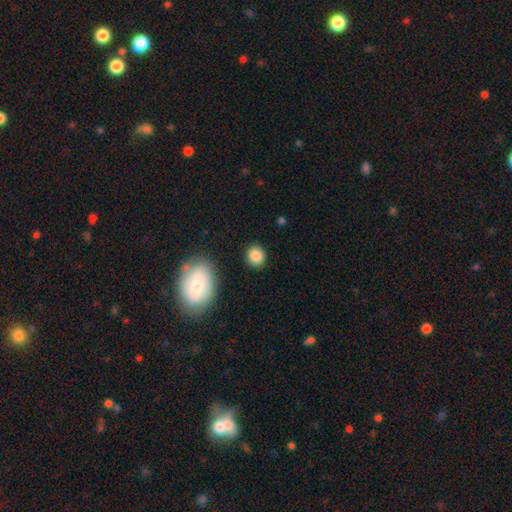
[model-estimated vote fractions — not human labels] Smooth or featured?
  - smooth: 86% *
  - star or artifact: 9%
  - featured or disk: 5%
How rounded?
  - round: 81% *
  - in between: 18%
  - cigar-shaped: 1%
Merging?
  - none: 88% *
  - minor disturbance: 8%
  - major disturbance: 2%
  - merger: 2%